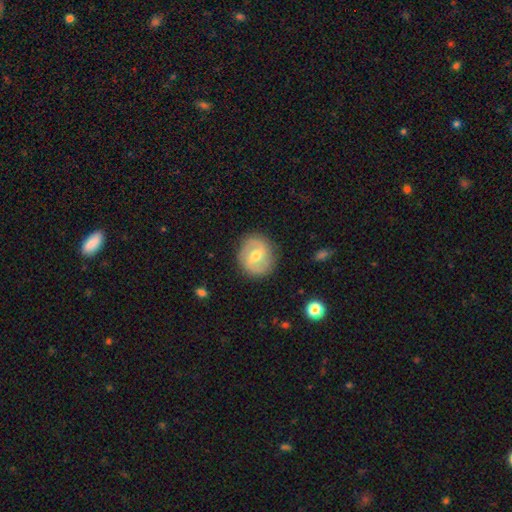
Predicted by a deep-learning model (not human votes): A featured or disk galaxy (66%) with a weak bar (52%), 2 (87%) medium (48%) spiral arms (81%) and a moderate central bulge (70%). Merging: none (85%).